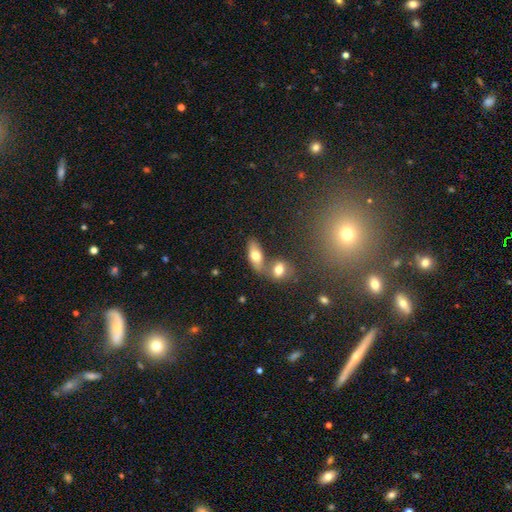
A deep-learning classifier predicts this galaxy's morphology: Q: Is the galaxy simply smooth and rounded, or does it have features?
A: smooth — 71%.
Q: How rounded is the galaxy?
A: in between — 80%.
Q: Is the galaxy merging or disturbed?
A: none — 51%.